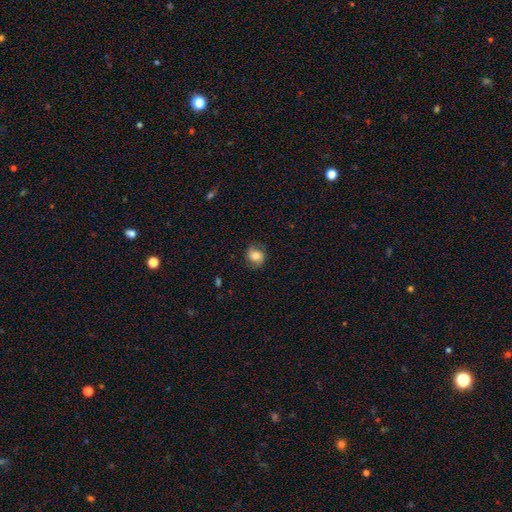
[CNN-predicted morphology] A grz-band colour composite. It shows a smooth galaxy with no disk features (61%) that is round (68%). Merging: none (75%).